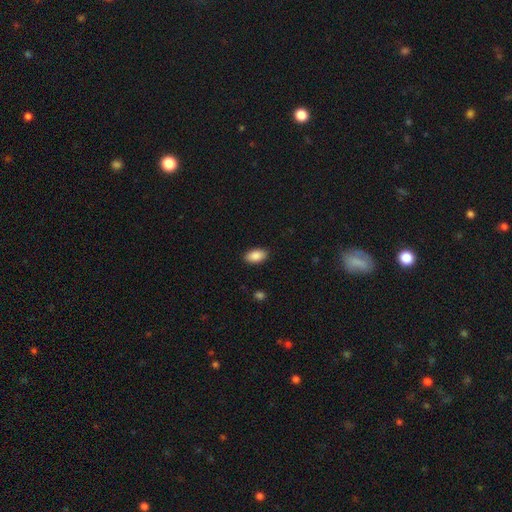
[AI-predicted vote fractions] A smooth galaxy with no disk features (89%) that is in between round and cigar-shaped (94%). Merging: none (89%).